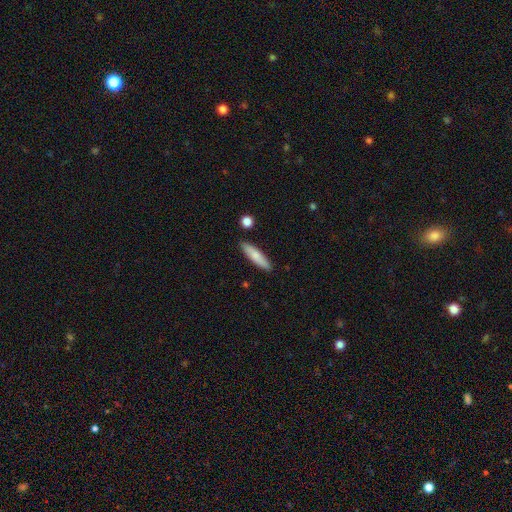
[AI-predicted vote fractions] Smooth or featured?
  - smooth: 78% *
  - featured or disk: 16%
  - star or artifact: 6%
How rounded?
  - cigar-shaped: 77% *
  - in between: 22%
  - round: 2%
Merging?
  - none: 87% *
  - minor disturbance: 9%
  - merger: 3%
  - major disturbance: 2%